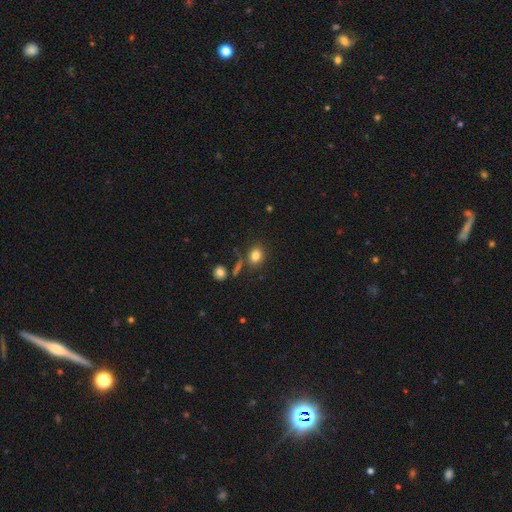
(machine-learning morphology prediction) smooth-or-featured: smooth: 81% | star or artifact: 11% | featured or disk: 7%
  how-rounded: in between: 56% | round: 42% | cigar-shaped: 2%
  merging: none: 74% | minor disturbance: 13% | merger: 8% | major disturbance: 5%